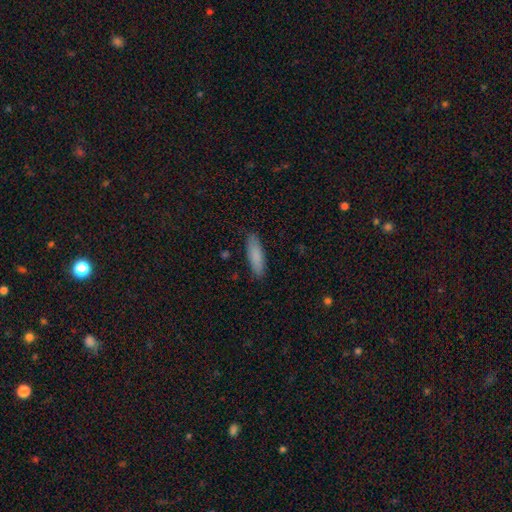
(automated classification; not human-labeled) smooth_or_featured: smooth (p=0.85) [alt: featured or disk p=0.09]
how_rounded: cigar-shaped (p=0.61) [alt: in between p=0.37]
merging: none (p=0.88) [alt: minor disturbance p=0.09]